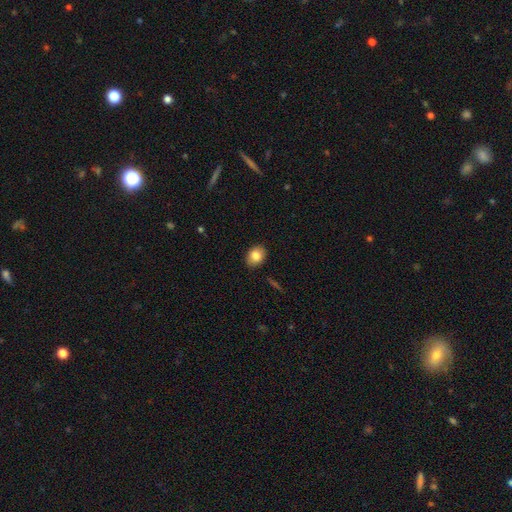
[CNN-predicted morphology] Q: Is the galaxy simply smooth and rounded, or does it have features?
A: smooth — 82%.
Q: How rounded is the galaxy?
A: in between — 57%.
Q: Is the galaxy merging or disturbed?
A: none — 89%.